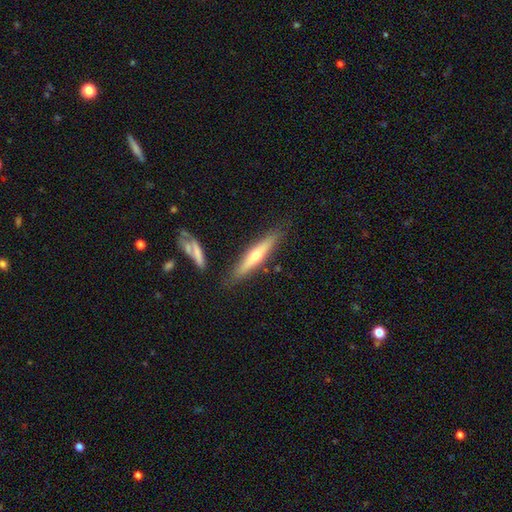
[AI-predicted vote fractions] A featured or disk galaxy (57%) viewed edge-on (92%) with a rounded central bulge (86%). Merging: none (83%).